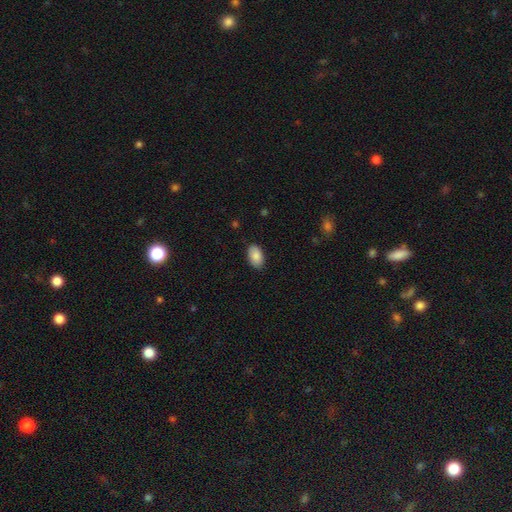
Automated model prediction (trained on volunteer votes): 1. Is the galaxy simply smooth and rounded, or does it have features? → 87% smooth, 7% featured or disk, 6% star or artifact.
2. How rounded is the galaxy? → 93% in between, 5% round, 1% cigar-shaped.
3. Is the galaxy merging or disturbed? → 86% none, 11% minor disturbance, 2% major disturbance, 1% merger.